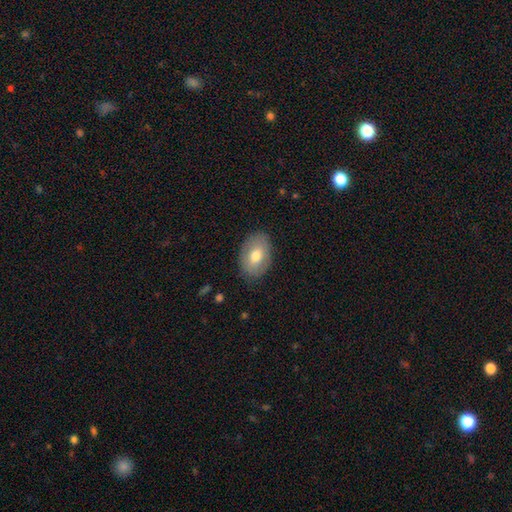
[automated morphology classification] Smooth or featured: smooth — 71% (featured or disk — 22%)
How rounded: in between — 85% (round — 14%)
Merging: none — 85% (minor disturbance — 12%)